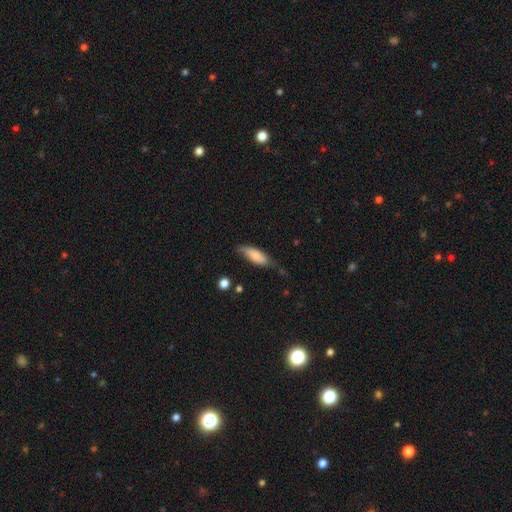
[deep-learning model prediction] The model was most divided on "how rounded": in between: 60%, cigar-shaped: 38%, round: 2%. More confident: smooth or featured — smooth (77%); merging — none (58%).